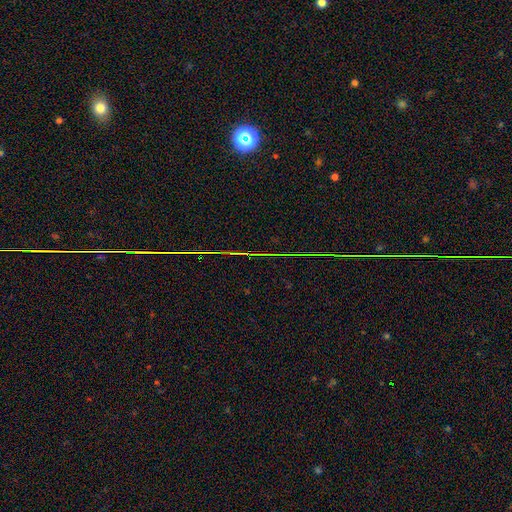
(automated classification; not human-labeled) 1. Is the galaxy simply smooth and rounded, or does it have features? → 81% star or artifact, 10% smooth, 9% featured or disk.